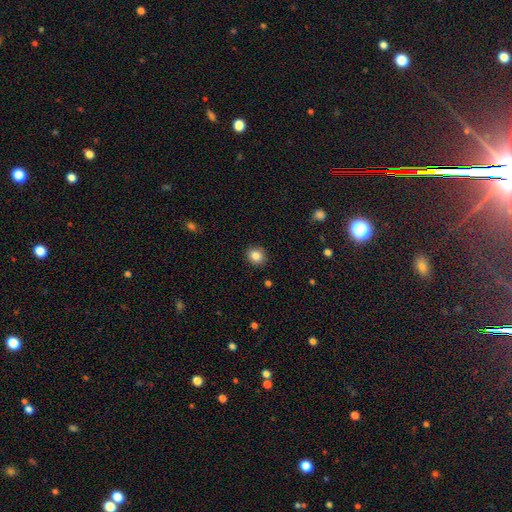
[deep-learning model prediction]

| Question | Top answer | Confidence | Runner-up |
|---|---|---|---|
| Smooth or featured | smooth | 85% | star or artifact (10%) |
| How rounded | round | 78% | in between (21%) |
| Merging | none | 90% | minor disturbance (7%) |